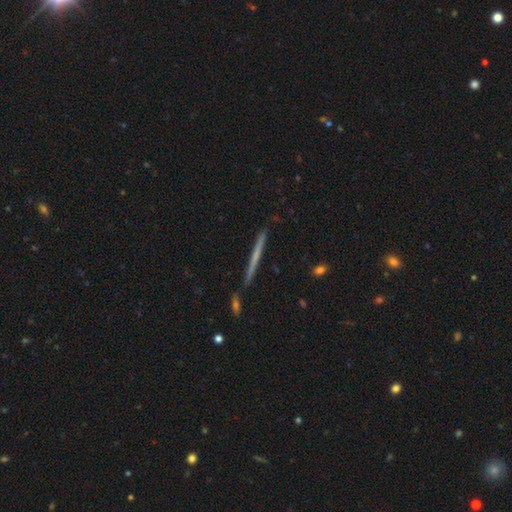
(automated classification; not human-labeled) Q: Smooth or featured?
A: featured or disk (53%); runner-up: smooth (40%)
Q: Edge-on disk?
A: yes (97%); runner-up: no (3%)
Q: Edge-on bulge?
A: none (83%); runner-up: rounded (13%)
Q: Merging?
A: none (88%); runner-up: minor disturbance (7%)